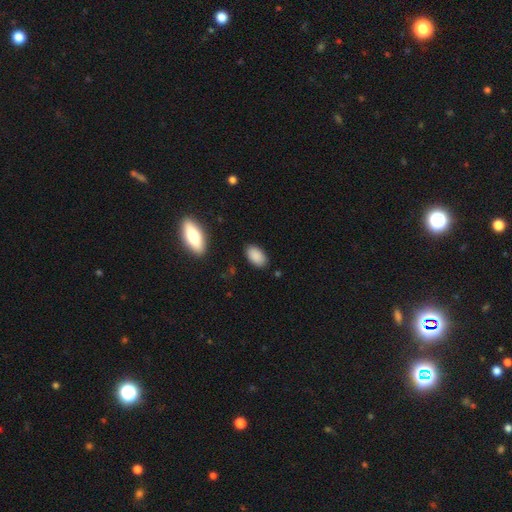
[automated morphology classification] type=smooth (89%); roundness=in between (94%); merging=none (86%).